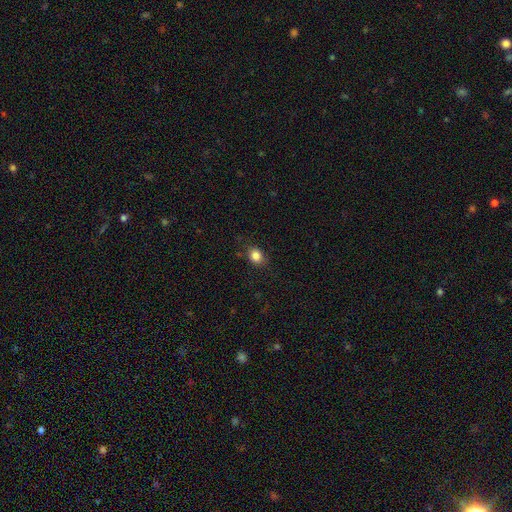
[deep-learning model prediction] Smooth or featured?
  - smooth: 84% *
  - star or artifact: 10%
  - featured or disk: 5%
How rounded?
  - round: 55% *
  - in between: 44%
  - cigar-shaped: 1%
Merging?
  - none: 82% *
  - minor disturbance: 14%
  - major disturbance: 4%
  - merger: 1%